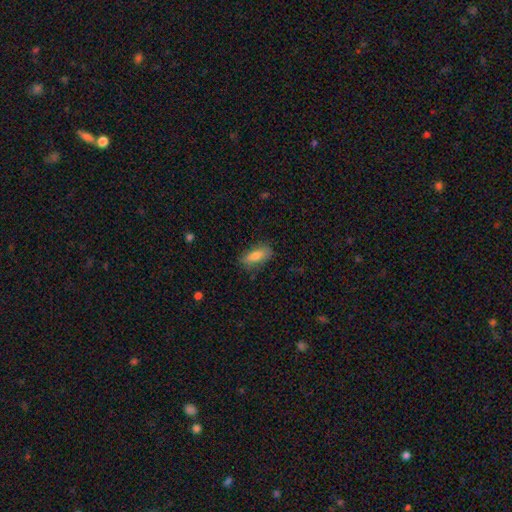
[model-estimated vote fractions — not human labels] smooth-or-featured: smooth: 78% | featured or disk: 14% | star or artifact: 7%
  how-rounded: in between: 74% | cigar-shaped: 23% | round: 3%
  merging: none: 79% | minor disturbance: 16% | major disturbance: 4% | merger: 1%